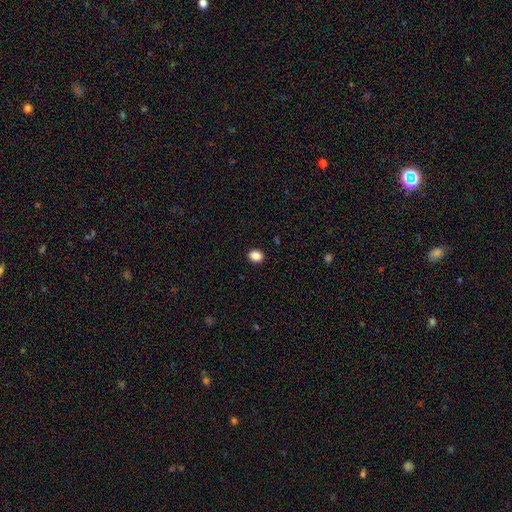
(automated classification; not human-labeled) Smooth or featured?
  - smooth: 87% *
  - star or artifact: 10%
  - featured or disk: 3%
How rounded?
  - round: 58% *
  - in between: 42%
  - cigar-shaped: 1%
Merging?
  - none: 91% *
  - minor disturbance: 6%
  - major disturbance: 2%
  - merger: 1%